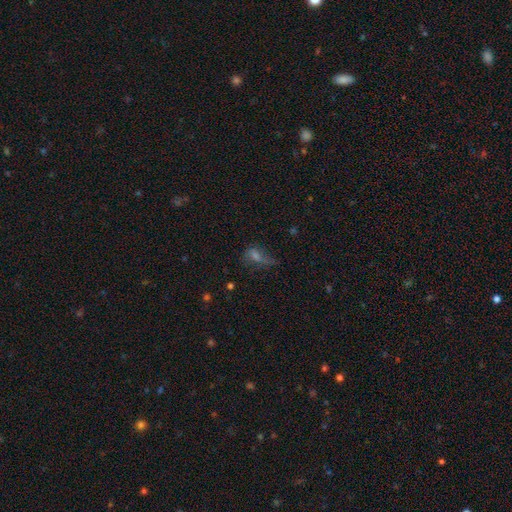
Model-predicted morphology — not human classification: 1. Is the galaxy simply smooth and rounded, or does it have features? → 40% smooth, 34% featured or disk, 25% star or artifact.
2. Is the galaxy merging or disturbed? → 41% none, 31% major disturbance, 25% minor disturbance, 4% merger.